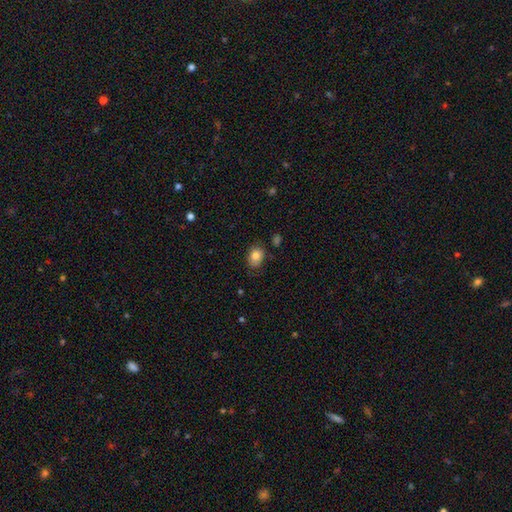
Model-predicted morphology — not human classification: A smooth galaxy with no disk features (81%) that is in between round and cigar-shaped (63%).

Vote fractions:
- Smooth or featured? smooth: 81% / featured or disk: 10% / star or artifact: 9%
- How rounded? in between: 63% / round: 36% / cigar-shaped: 1%
- Merging? none: 74% / minor disturbance: 19% / major disturbance: 4% / merger: 2%